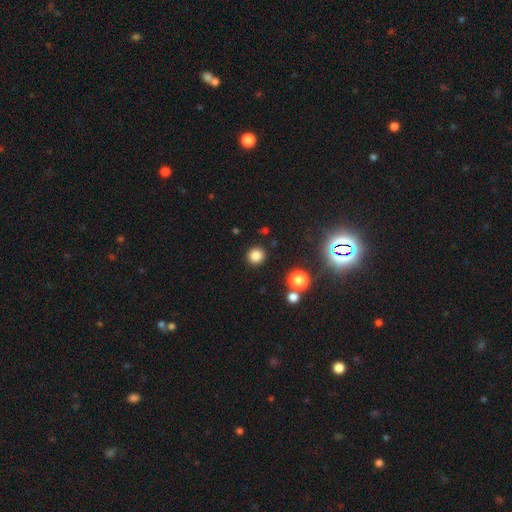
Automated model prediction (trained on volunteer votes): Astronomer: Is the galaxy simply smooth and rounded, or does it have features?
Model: smooth — 83%.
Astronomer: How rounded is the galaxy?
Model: round — 92%.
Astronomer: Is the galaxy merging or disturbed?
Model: none — 90%.